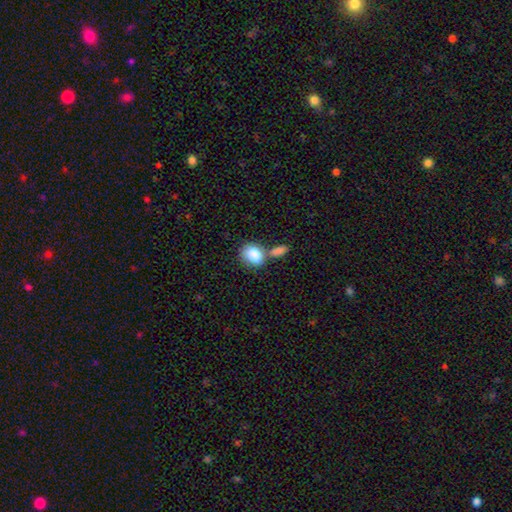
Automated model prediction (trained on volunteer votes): A smooth galaxy with no disk features (85%) that is in between round and cigar-shaped (63%).

Vote fractions:
- Smooth or featured? smooth: 85% / featured or disk: 8% / star or artifact: 7%
- How rounded? in between: 63% / round: 36% / cigar-shaped: 2%
- Merging? none: 43% / merger: 40% / minor disturbance: 12% / major disturbance: 5%